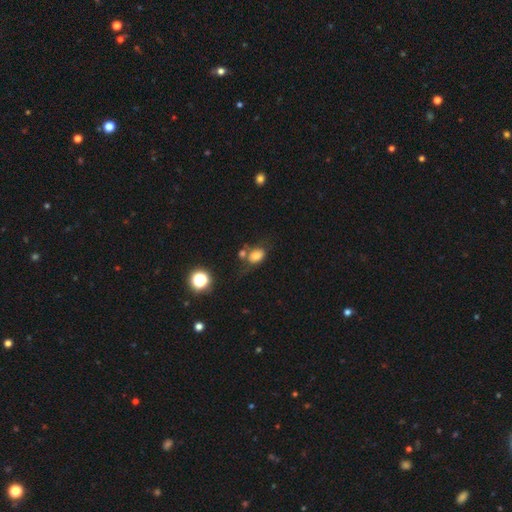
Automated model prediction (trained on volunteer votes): smooth_or_featured: smooth (p=0.76) [alt: star or artifact p=0.12]
how_rounded: in between (p=0.73) [alt: round p=0.26]
merging: none (p=0.44) [alt: merger p=0.24]